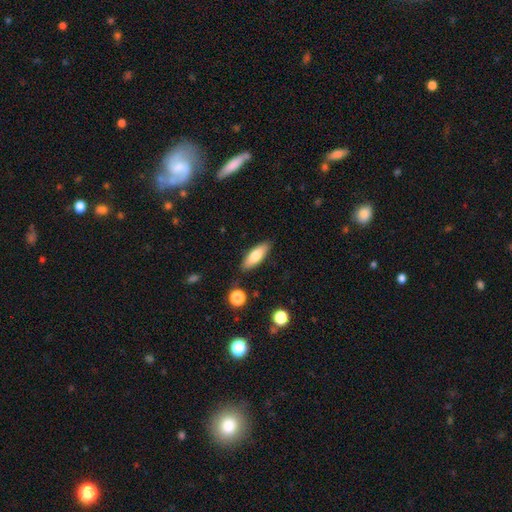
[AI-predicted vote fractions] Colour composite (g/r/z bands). It shows a smooth galaxy with no disk features (75%) that is in between round and cigar-shaped (57%). Merging: none (84%).